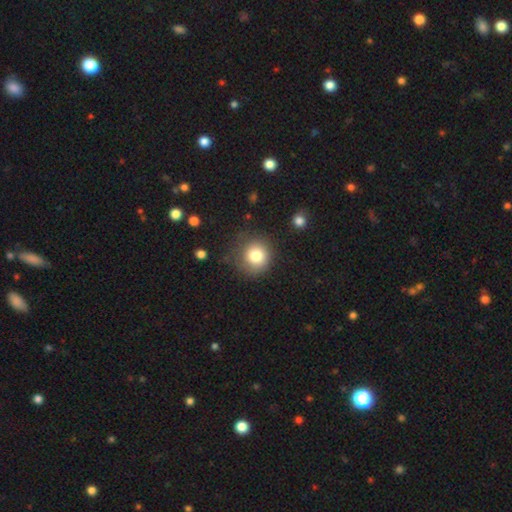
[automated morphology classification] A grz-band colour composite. It shows a smooth galaxy with no disk features (79%) that is round (91%). Merging: none (77%).